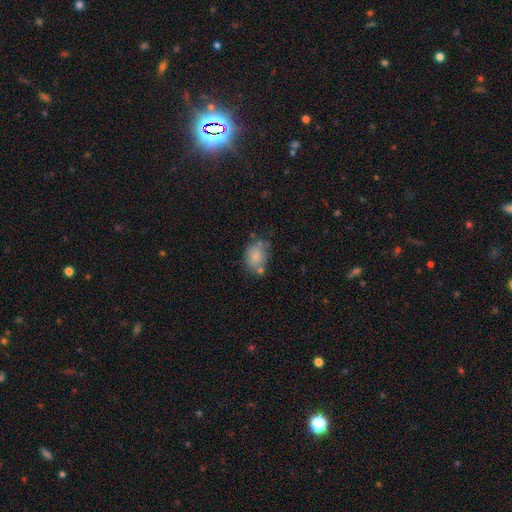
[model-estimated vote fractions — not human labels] A smooth galaxy with no disk features (78%) that is in between round and cigar-shaped (67%). Merging: none (56%).